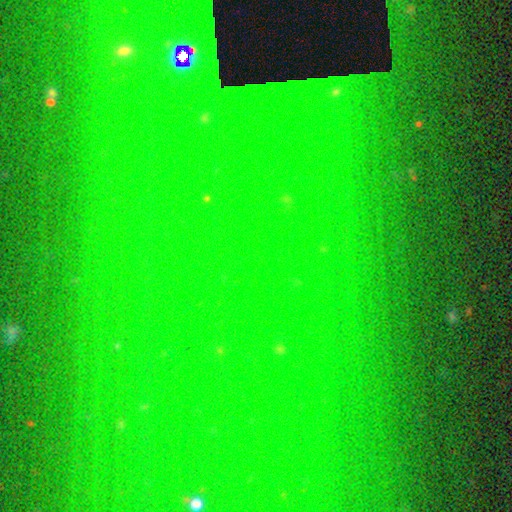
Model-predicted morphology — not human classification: smooth_or_featured: star or artifact (p=0.80) [alt: smooth p=0.12]